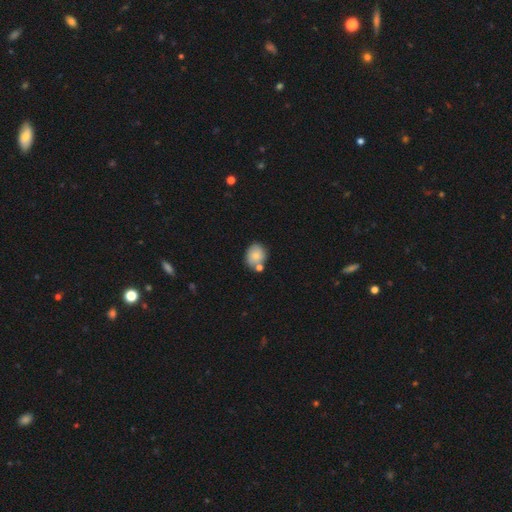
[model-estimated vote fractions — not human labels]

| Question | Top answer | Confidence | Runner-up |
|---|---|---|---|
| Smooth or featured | smooth | 77% | featured or disk (15%) |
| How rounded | round | 61% | in between (38%) |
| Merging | none | 62% | merger (19%) |